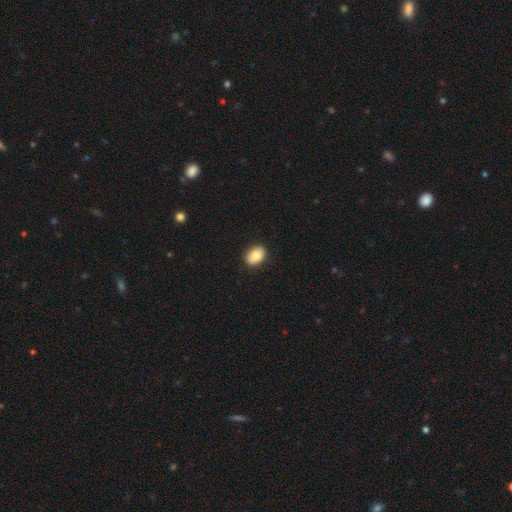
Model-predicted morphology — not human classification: smooth_or_featured: smooth (p=0.84) [alt: featured or disk p=0.08]
how_rounded: in between (p=0.80) [alt: round p=0.19]
merging: none (p=0.88) [alt: minor disturbance p=0.09]